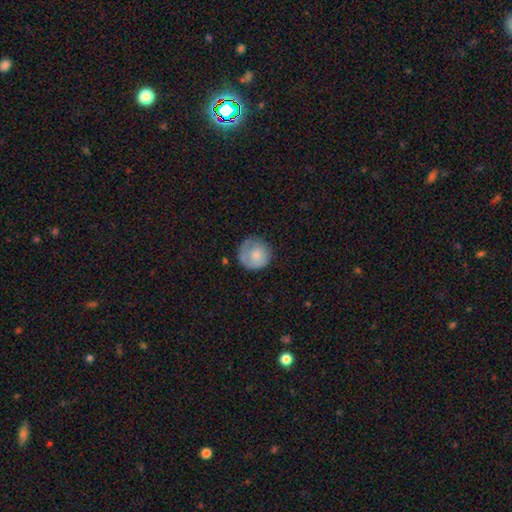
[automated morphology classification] Smooth or featured? smooth (74%)
How rounded? round (92%)
Merging? none (67%)